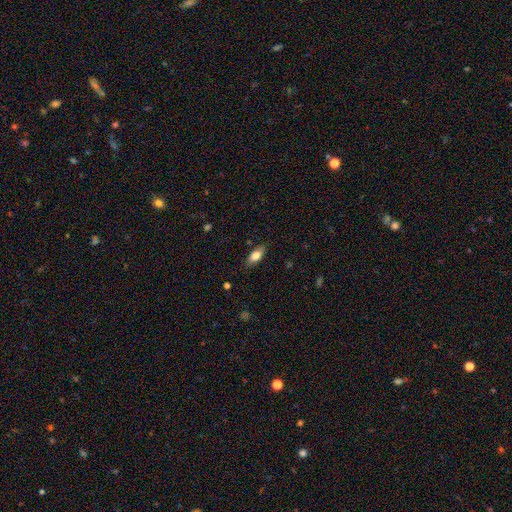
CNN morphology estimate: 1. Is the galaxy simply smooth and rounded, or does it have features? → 78% smooth, 15% featured or disk, 7% star or artifact.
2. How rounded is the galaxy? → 81% in between, 16% cigar-shaped, 3% round.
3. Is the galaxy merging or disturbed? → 85% none, 12% minor disturbance, 3% major disturbance, 1% merger.